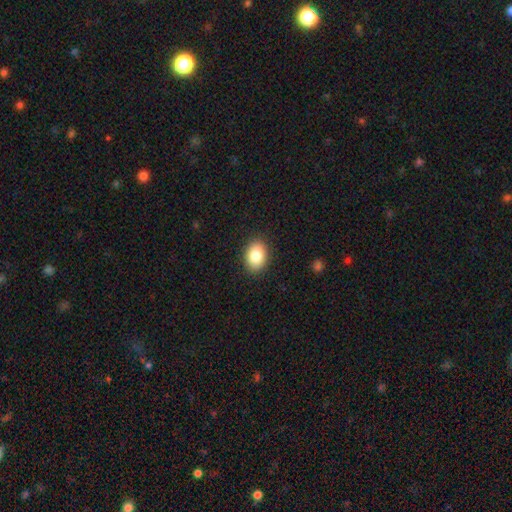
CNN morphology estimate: A smooth galaxy with no disk features (86%) that is in between round and cigar-shaped (78%). Merging: none (89%).